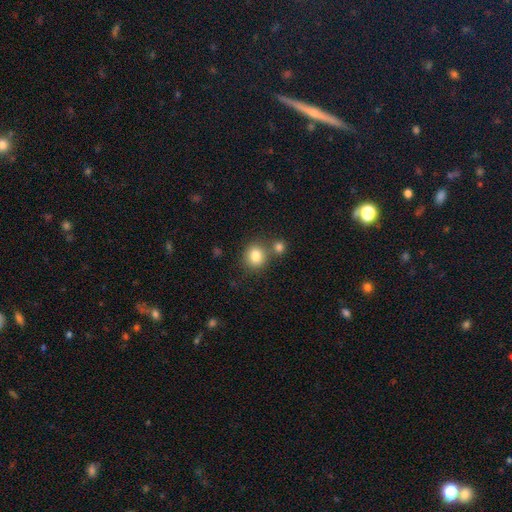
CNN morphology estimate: smooth 82%, star or artifact 10%, featured or disk 7%. Down the decision tree: how rounded — round (80%); merging — none (63%).